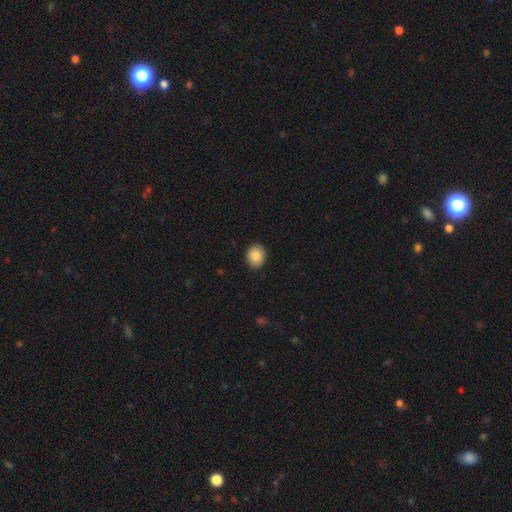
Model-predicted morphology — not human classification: Overall: smooth (87%). How rounded: round (61%; in between 38%). Merging: none (90%).